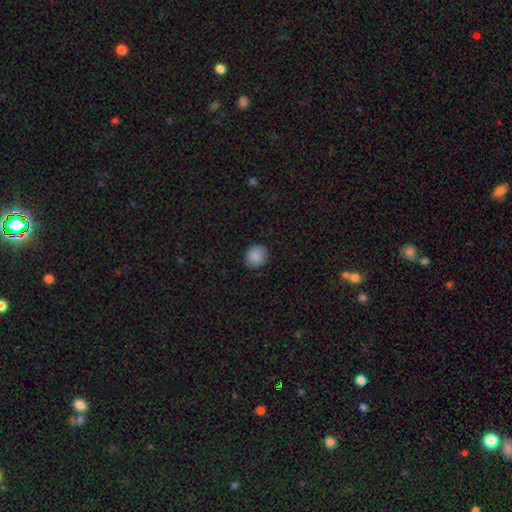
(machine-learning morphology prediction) This appears to be a smooth galaxy with no disk features (89%) that is round (89%). Merging: none (88%).